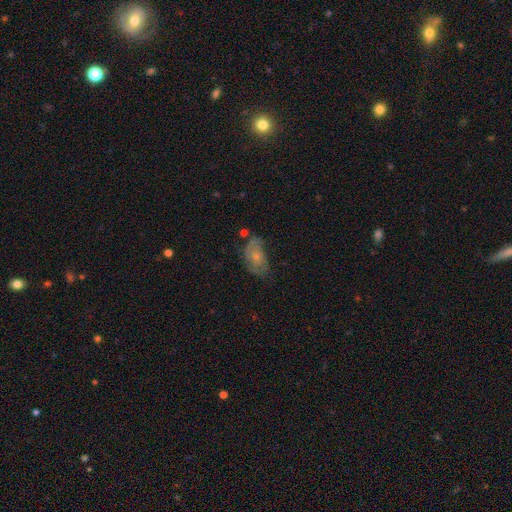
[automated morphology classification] A featured or disk galaxy (49%). Merging: none (49%).